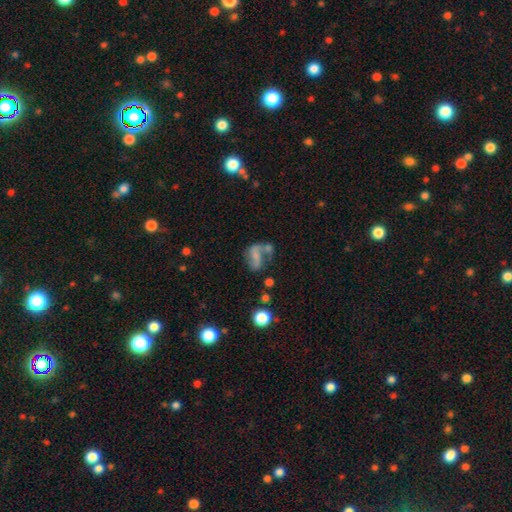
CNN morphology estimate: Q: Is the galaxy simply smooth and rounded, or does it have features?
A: featured or disk — 55%.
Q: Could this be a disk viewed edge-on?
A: no — 96%.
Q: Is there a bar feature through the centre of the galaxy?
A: no — 44%.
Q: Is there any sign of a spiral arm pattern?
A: yes — 69%.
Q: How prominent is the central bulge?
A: none — 53%.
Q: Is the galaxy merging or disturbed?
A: none — 30%.